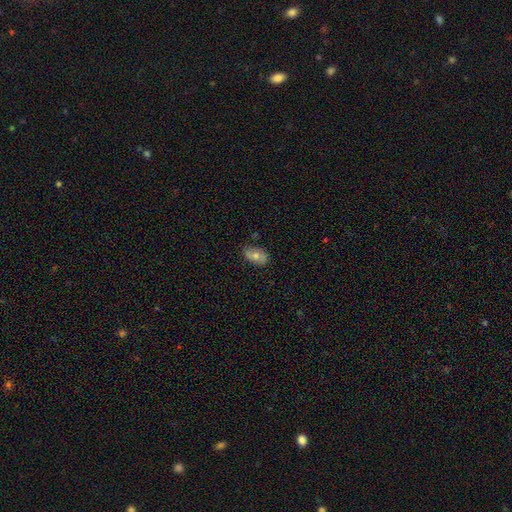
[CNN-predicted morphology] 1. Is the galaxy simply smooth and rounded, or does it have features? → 63% smooth, 28% featured or disk, 9% star or artifact.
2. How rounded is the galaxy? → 90% in between, 7% round, 3% cigar-shaped.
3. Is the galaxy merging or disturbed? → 79% none, 17% minor disturbance, 3% major disturbance, 1% merger.